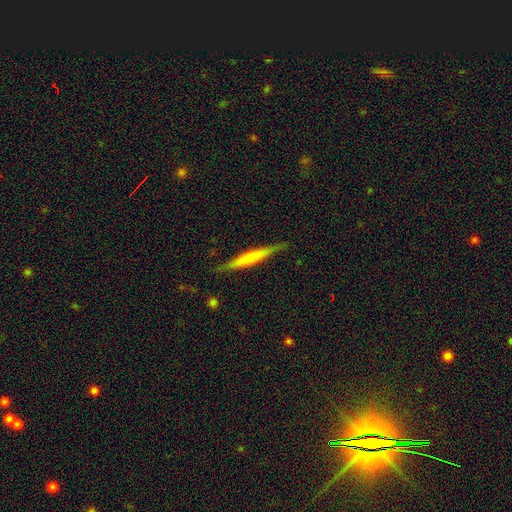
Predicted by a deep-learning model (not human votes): This is possibly a featured or disk galaxy (47%). Merging: clearly none (85%).